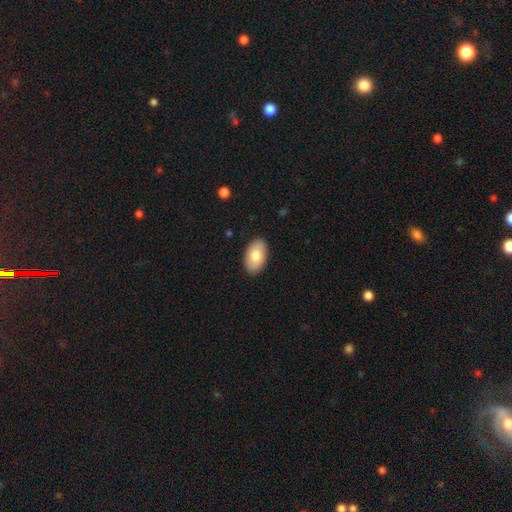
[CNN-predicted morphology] A smooth galaxy with no disk features (77%) that is in between round and cigar-shaped (94%).

Vote fractions:
- Smooth or featured? smooth: 77% / featured or disk: 17% / star or artifact: 6%
- How rounded? in between: 94% / round: 5% / cigar-shaped: 1%
- Merging? none: 88% / minor disturbance: 9% / major disturbance: 2% / merger: 1%